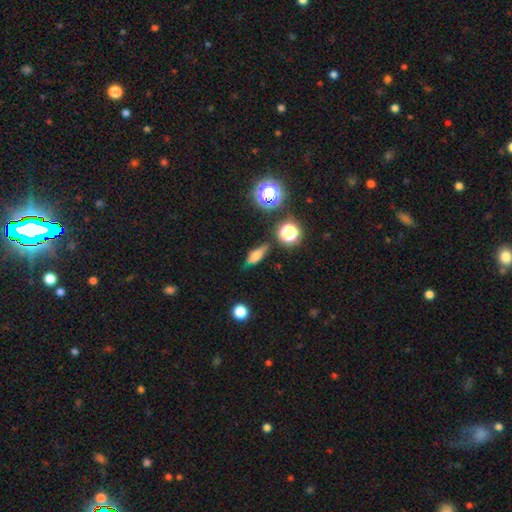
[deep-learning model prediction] smooth 55%, featured or disk 29%, star or artifact 16%. Down the decision tree: how rounded — in between (50%); merging — none (72%).